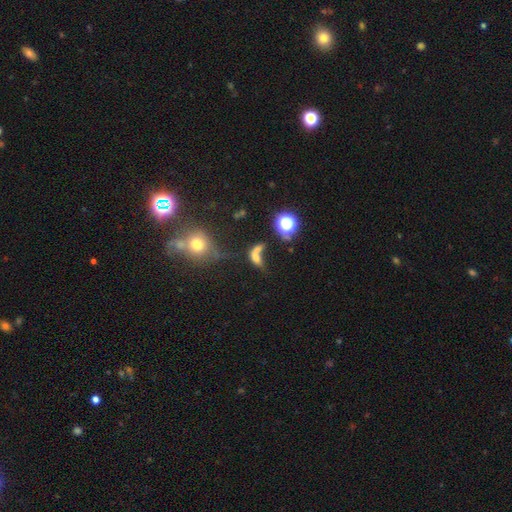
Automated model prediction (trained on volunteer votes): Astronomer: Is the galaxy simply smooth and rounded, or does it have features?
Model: smooth — 54%.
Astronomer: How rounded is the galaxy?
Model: in between — 65%.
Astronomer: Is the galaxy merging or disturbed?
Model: merger — 51%.